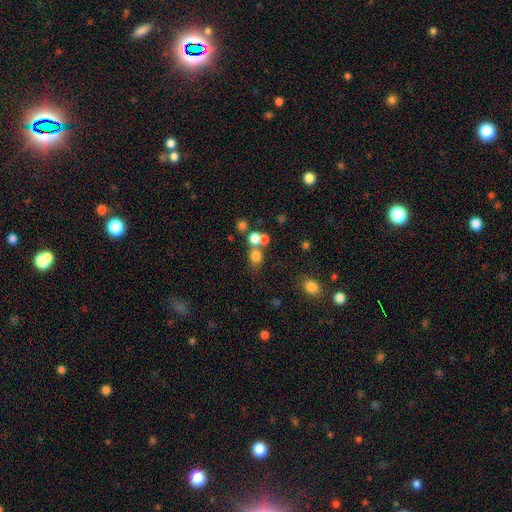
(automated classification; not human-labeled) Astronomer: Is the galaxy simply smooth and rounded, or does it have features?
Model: smooth — 72%.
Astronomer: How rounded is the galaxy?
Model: round — 73%.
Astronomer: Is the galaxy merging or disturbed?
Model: none — 46% (runner-up: merger, 41%).